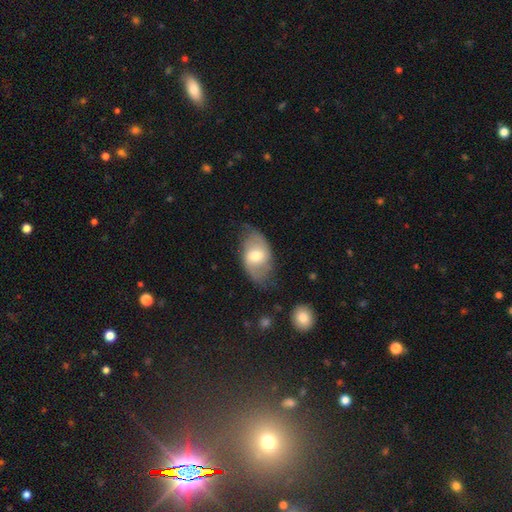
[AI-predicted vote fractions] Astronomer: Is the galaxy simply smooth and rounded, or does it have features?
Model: smooth — 48% (runner-up: featured or disk, 45%).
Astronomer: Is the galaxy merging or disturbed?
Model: none — 63%.